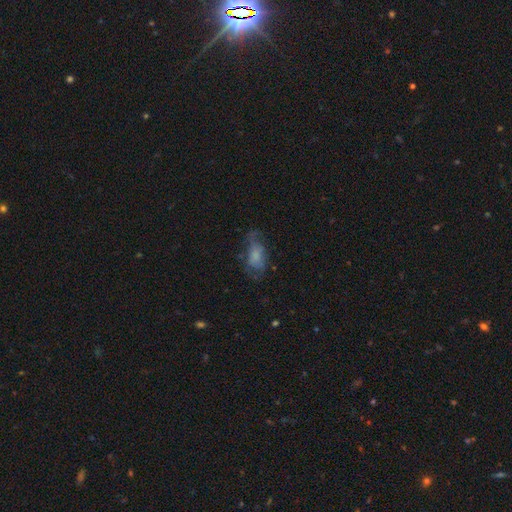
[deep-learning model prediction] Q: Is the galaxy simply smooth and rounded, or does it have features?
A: smooth — 53%.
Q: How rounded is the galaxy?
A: in between — 86%.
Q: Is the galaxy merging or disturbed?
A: none — 43%.